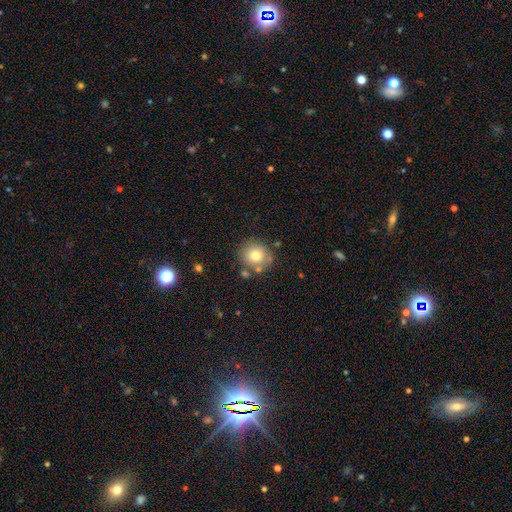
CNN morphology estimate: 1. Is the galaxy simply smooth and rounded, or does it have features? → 74% smooth, 15% featured or disk, 11% star or artifact.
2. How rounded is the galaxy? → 87% round, 12% in between, 1% cigar-shaped.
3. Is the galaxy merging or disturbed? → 74% none, 13% minor disturbance, 9% merger, 4% major disturbance.